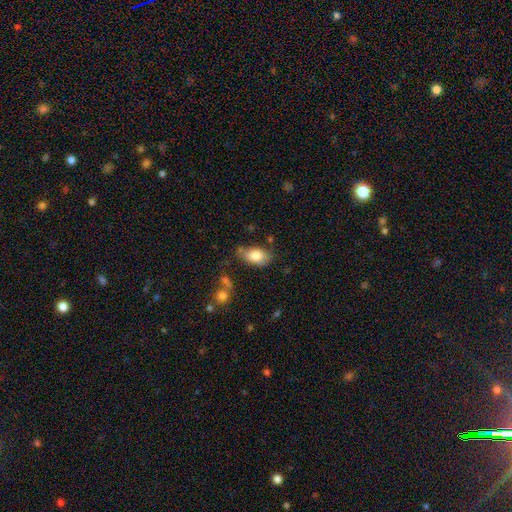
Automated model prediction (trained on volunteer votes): smooth-or-featured: smooth: 81% | featured or disk: 12% | star or artifact: 7%
  how-rounded: in between: 91% | round: 6% | cigar-shaped: 2%
  merging: none: 66% | minor disturbance: 23% | merger: 6% | major disturbance: 5%